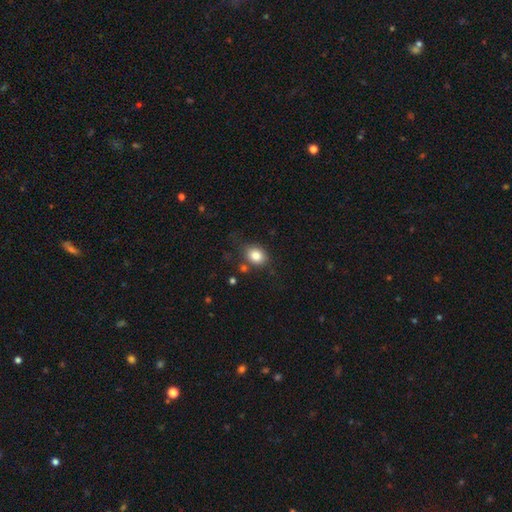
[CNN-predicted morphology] type=smooth (84%); roundness=in between (53%); merging=none (72%).